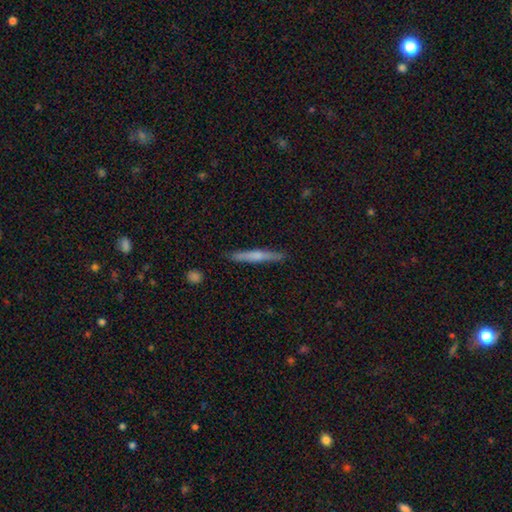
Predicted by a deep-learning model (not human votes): A smooth galaxy with no disk features (49%).

Vote fractions:
- Smooth or featured? smooth: 49% / featured or disk: 44% / star or artifact: 6%
- Merging? none: 89% / minor disturbance: 8% / major disturbance: 2% / merger: 1%